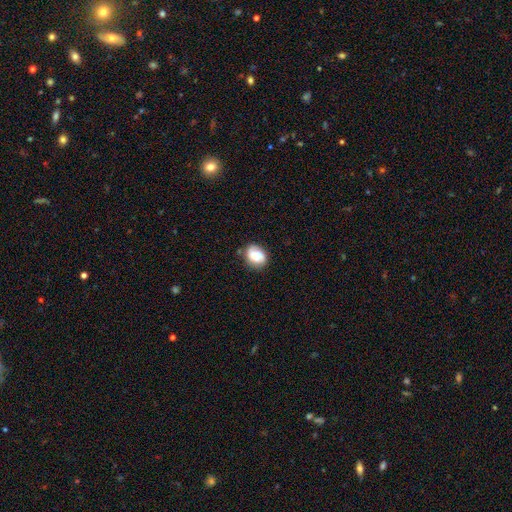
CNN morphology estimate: Overall: smooth (68%). How rounded: in between (59%; round 40%). Merging: none (69%).